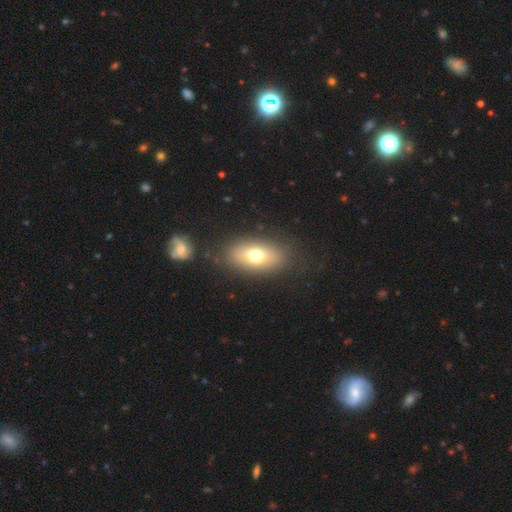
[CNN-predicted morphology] A smooth galaxy with no disk features (70%) that is in between round and cigar-shaped (85%). Merging: none (82%).